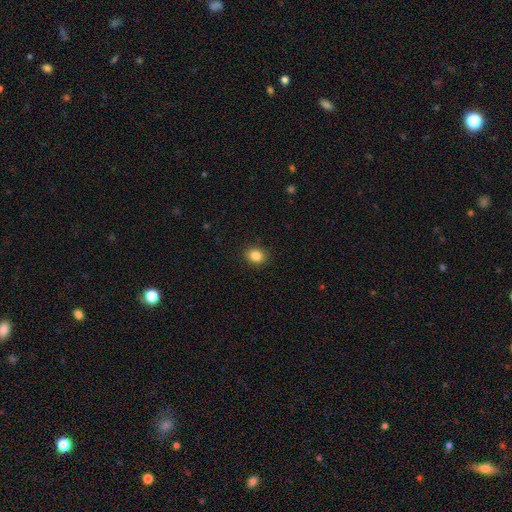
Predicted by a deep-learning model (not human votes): Smooth or featured? smooth (85%)
How rounded? round (65%)
Merging? none (90%)